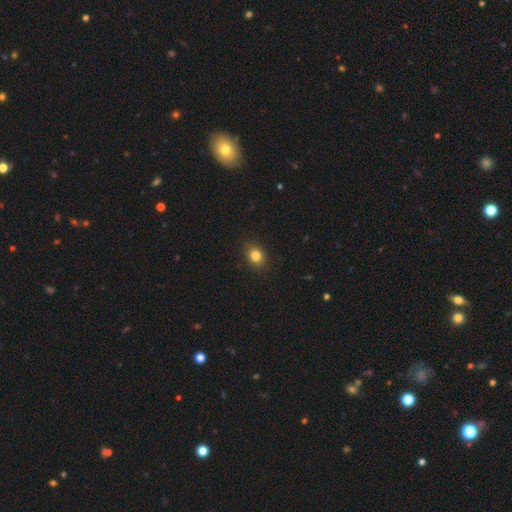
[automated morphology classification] Smooth or featured? smooth (83%)
How rounded? in between (51%)
Merging? none (88%)